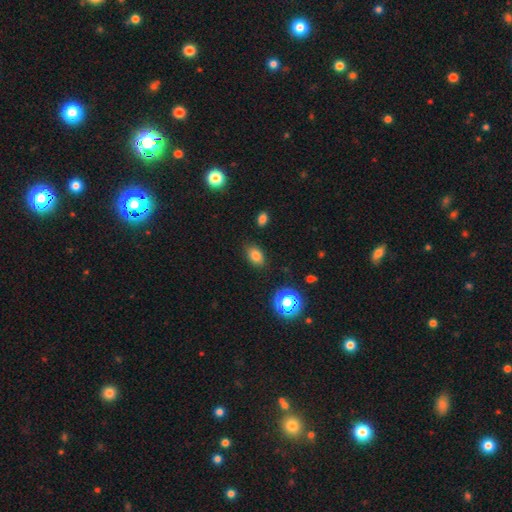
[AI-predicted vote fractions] Morphology: type=smooth (80%); roundness=in between (81%); merging=none (85%).